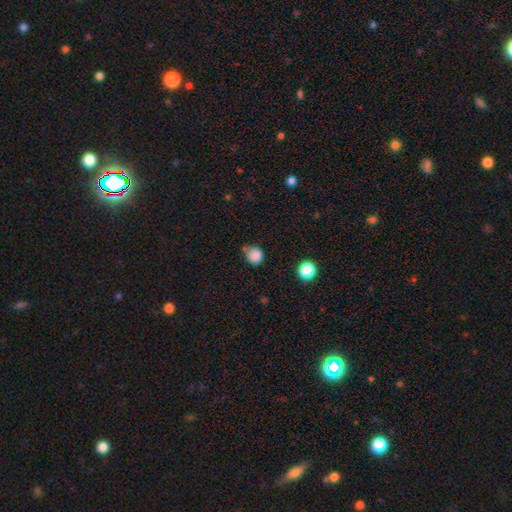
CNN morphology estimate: Smooth or featured: smooth — 85% (star or artifact — 11%)
How rounded: round — 84% (in between — 15%)
Merging: none — 66% (minor disturbance — 22%)